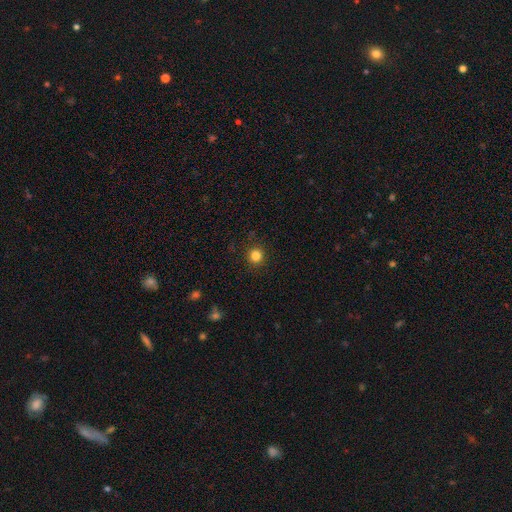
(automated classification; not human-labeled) Smooth or featured? smooth (83%)
How rounded? round (94%)
Merging? none (92%)